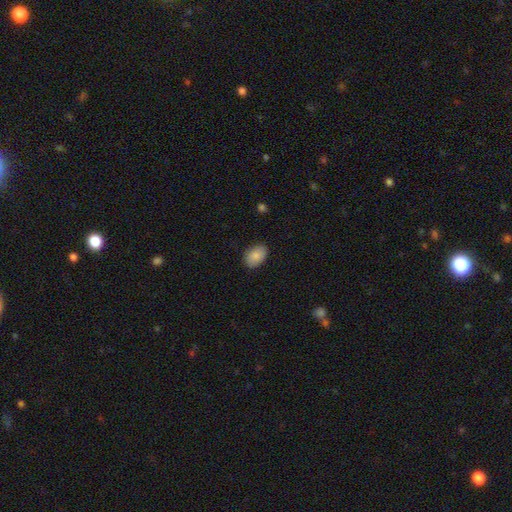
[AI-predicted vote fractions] A smooth galaxy with no disk features (86%) that is in between round and cigar-shaped (85%). Merging: none (87%).